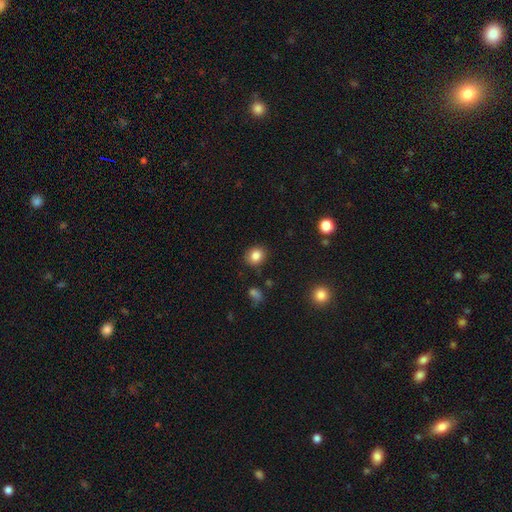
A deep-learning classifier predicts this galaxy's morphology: Smooth or featured?
  - smooth: 84% *
  - star or artifact: 10%
  - featured or disk: 5%
How rounded?
  - round: 70% *
  - in between: 29%
  - cigar-shaped: 1%
Merging?
  - none: 84% *
  - minor disturbance: 11%
  - major disturbance: 3%
  - merger: 2%